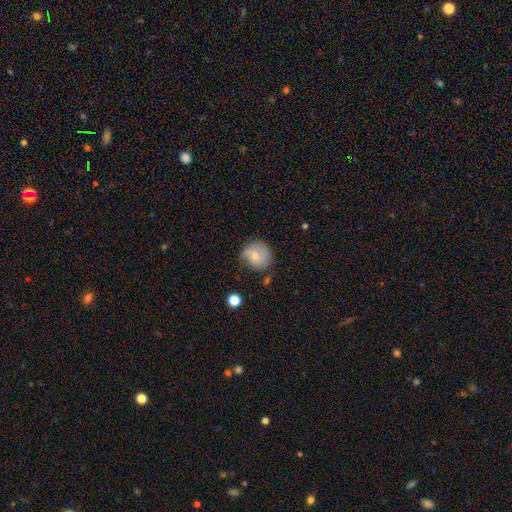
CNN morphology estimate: This appears to be a smooth galaxy with no disk features (56%) that is round (84%). Merging: none (56%).